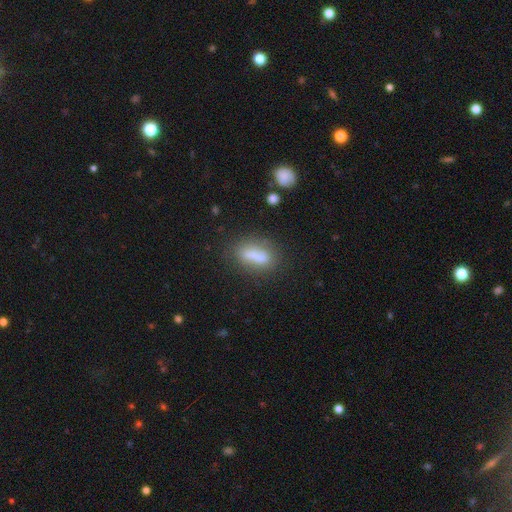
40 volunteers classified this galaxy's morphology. smooth_or_featured: smooth (p=0.80) [alt: featured or disk p=0.15]
how_rounded: in between (p=0.66) [alt: cigar-shaped p=0.25]
merging: none (p=0.53) [alt: merger p=0.24]